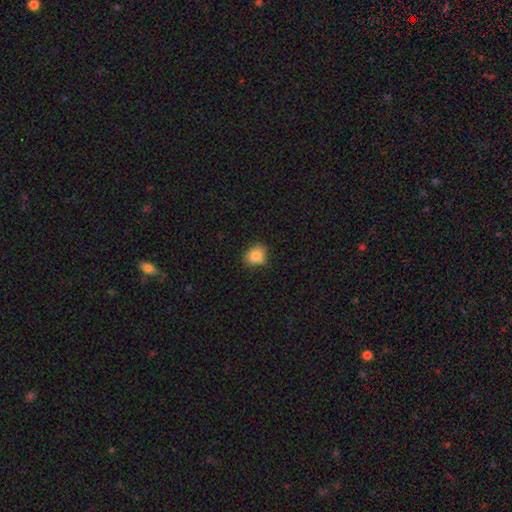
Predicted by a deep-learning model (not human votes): A smooth galaxy with no disk features (83%) that is in between round and cigar-shaped (54%). Merging: none (66%).